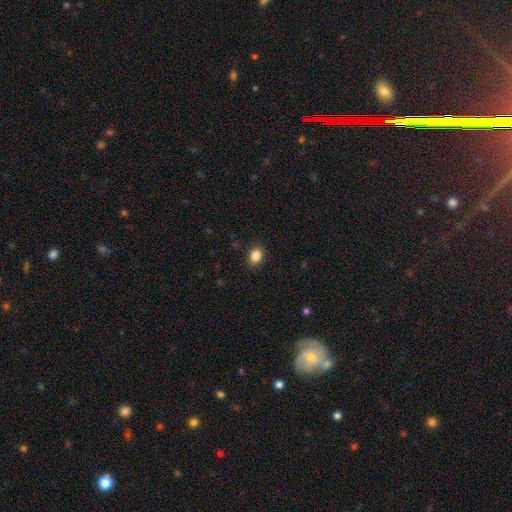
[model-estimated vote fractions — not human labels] smooth_or_featured: smooth (p=0.86) [alt: star or artifact p=0.10]
how_rounded: in between (p=0.68) [alt: round p=0.31]
merging: none (p=0.87) [alt: minor disturbance p=0.09]